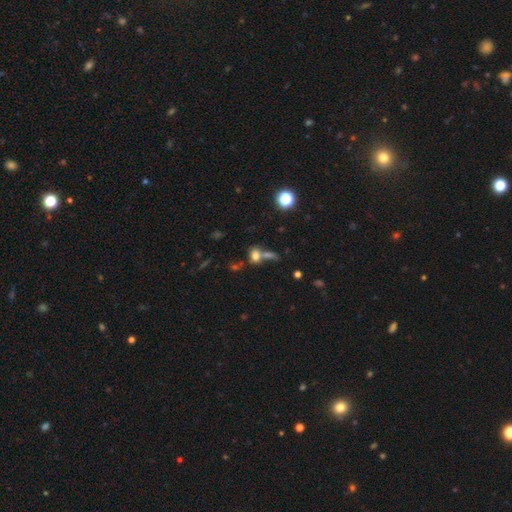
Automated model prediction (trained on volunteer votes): Smooth or featured: smooth — 69% (star or artifact — 18%)
How rounded: in between — 52% (round — 43%)
Merging: merger — 47% (none — 36%)